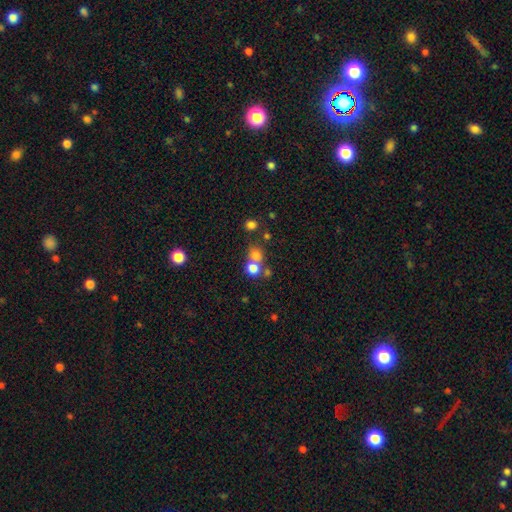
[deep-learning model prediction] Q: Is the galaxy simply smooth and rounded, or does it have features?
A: smooth — 74%.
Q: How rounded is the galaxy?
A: round — 80%.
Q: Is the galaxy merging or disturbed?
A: none — 48%.